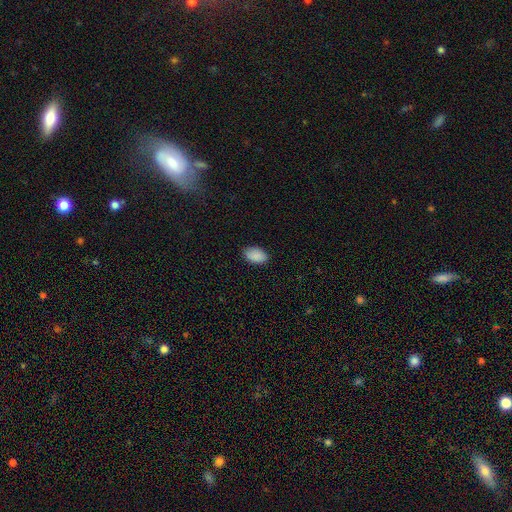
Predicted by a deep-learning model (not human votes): A smooth galaxy with no disk features (90%) that is in between round and cigar-shaped (92%). Merging: none (87%).